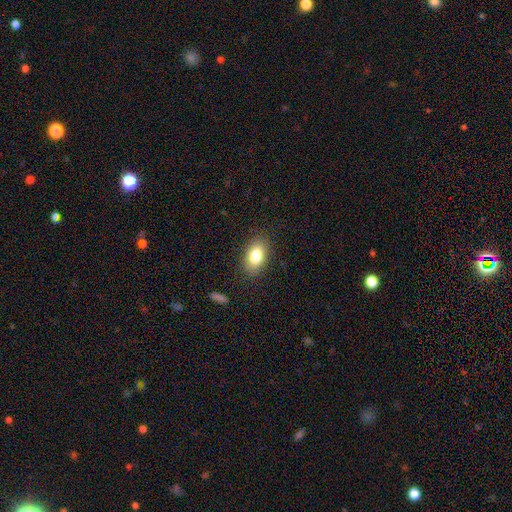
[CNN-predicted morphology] The model was most divided on "smooth or featured": smooth: 81%, featured or disk: 11%, star or artifact: 8%. More confident: how rounded — in between (89%); merging — none (86%).